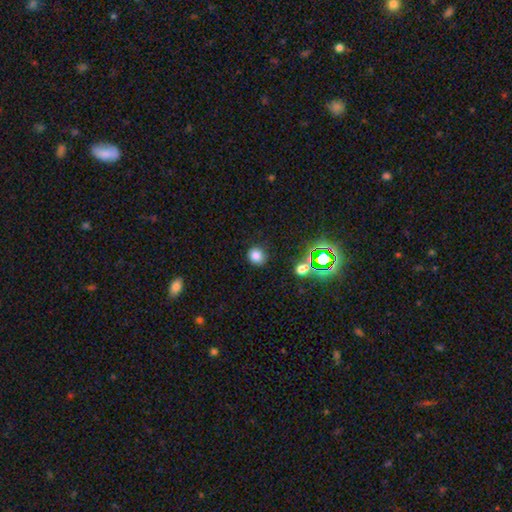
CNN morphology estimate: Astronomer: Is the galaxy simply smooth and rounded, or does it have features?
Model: smooth — 78%.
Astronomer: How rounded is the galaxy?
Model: round — 81%.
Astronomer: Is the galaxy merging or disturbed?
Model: none — 86%.